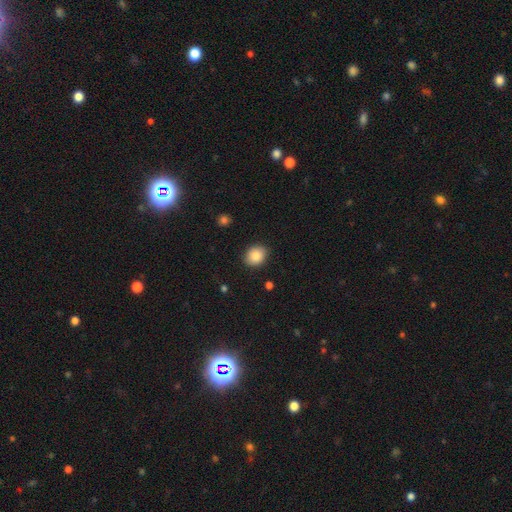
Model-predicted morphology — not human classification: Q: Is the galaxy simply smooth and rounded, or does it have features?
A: smooth — 85%.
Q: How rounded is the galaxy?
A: round — 59%.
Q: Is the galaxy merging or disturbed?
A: none — 87%.